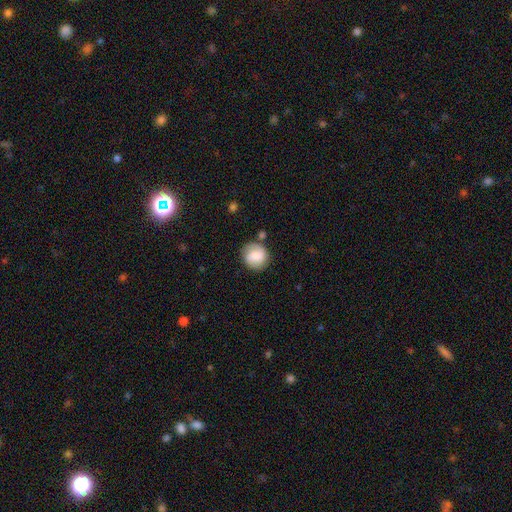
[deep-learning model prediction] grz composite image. It shows a smooth galaxy with no disk features (53%) that is round (85%). Merging: none (76%).